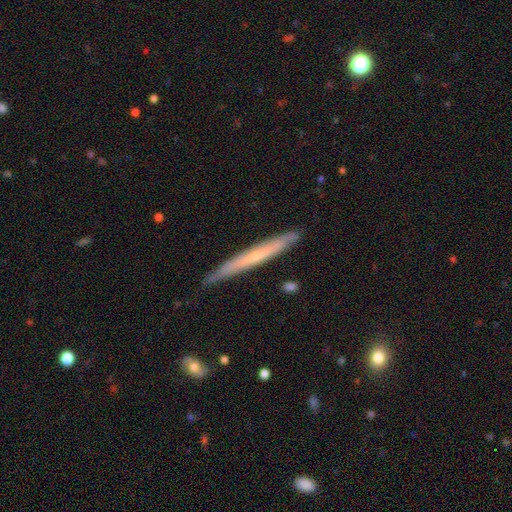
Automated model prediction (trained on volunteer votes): Smooth or featured? featured or disk (56%)
Edge-on disk? yes (93%)
Edge-on bulge? none (64%)
Merging? none (81%)